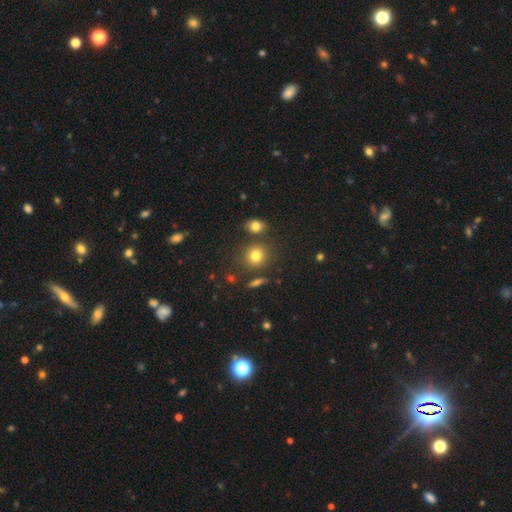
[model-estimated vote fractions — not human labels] smooth 78%, star or artifact 13%, featured or disk 9%. Down the decision tree: how rounded — round (82%); merging — none (77%).